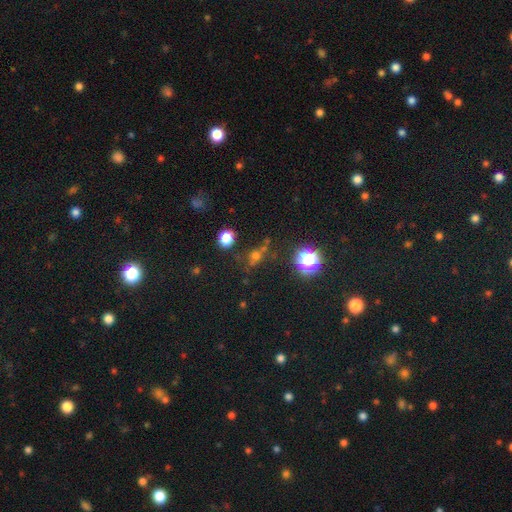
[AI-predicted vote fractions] smooth 45%, star or artifact 42%, featured or disk 14%. Down the decision tree: merging — none (68%).